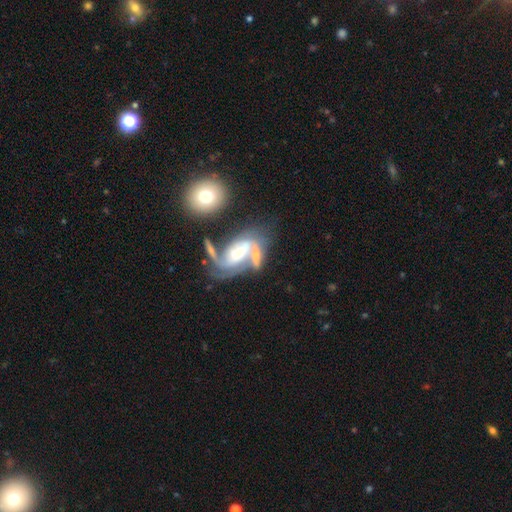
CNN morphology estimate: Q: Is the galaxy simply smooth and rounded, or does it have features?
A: featured or disk — 68%.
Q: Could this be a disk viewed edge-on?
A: no — 91%.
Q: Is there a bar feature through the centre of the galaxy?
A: no — 38%.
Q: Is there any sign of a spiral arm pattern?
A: yes — 83%.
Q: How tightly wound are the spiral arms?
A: medium — 40%.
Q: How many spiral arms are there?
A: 2 — 55%.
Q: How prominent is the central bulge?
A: moderate — 37%.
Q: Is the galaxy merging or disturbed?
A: merger — 43%.